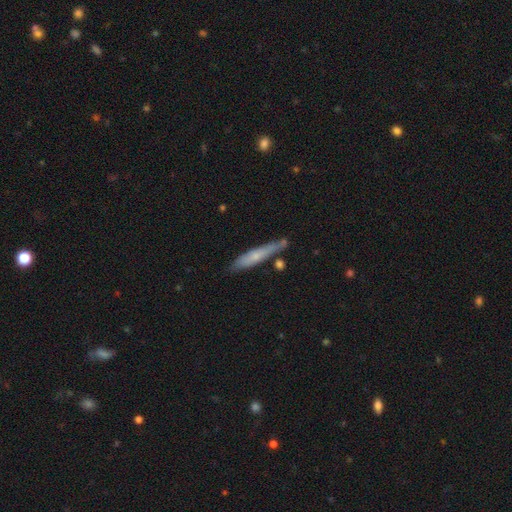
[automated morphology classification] Smooth or featured? smooth (58%)
How rounded? cigar-shaped (91%)
Merging? none (73%)